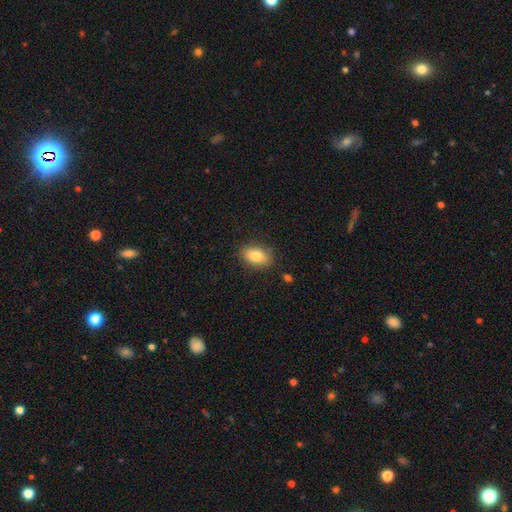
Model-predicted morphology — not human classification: A smooth galaxy with no disk features (82%) that is in between round and cigar-shaped (88%). Merging: none (85%).